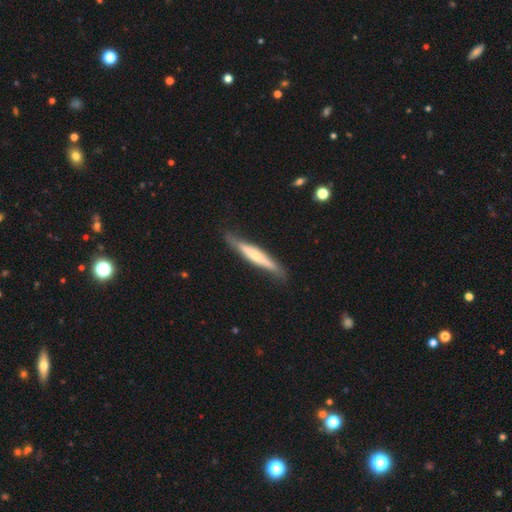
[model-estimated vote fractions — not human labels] A featured or disk galaxy (53%) viewed edge-on (85%).

Vote fractions:
- Smooth or featured? featured or disk: 53% / smooth: 41% / star or artifact: 5%
- Edge-on disk? yes: 85% / no: 15%
- Merging? none: 78% / minor disturbance: 17% / major disturbance: 4% / merger: 2%